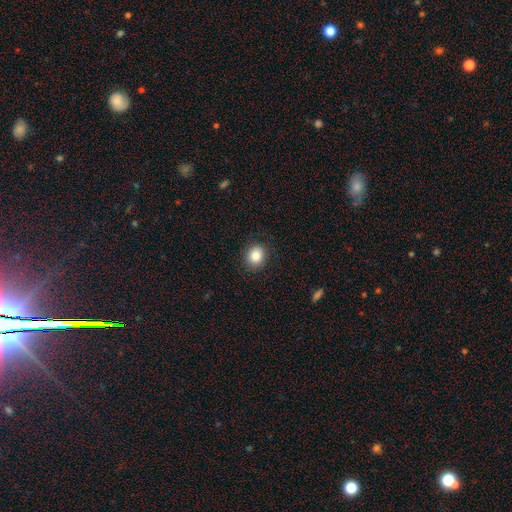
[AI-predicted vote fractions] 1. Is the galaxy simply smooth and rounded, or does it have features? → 85% smooth, 9% star or artifact, 6% featured or disk.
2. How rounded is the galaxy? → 67% round, 32% in between, 1% cigar-shaped.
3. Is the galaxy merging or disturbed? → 89% none, 8% minor disturbance, 2% major disturbance, 1% merger.